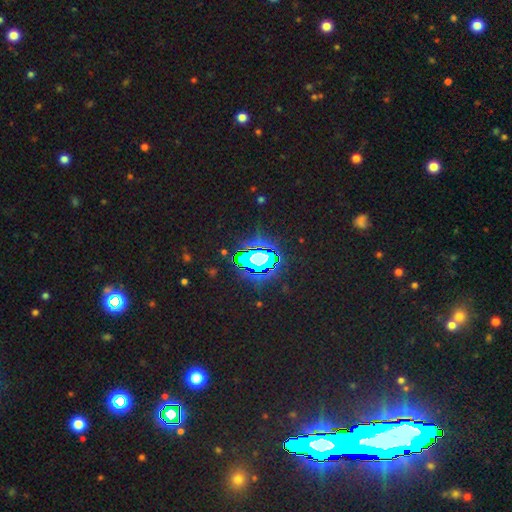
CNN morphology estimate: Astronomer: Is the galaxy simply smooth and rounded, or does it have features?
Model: star or artifact — 72%.